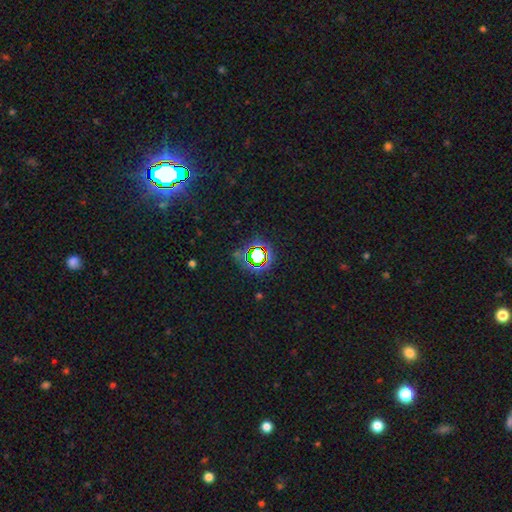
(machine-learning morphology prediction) Smooth or featured? star or artifact (78%)